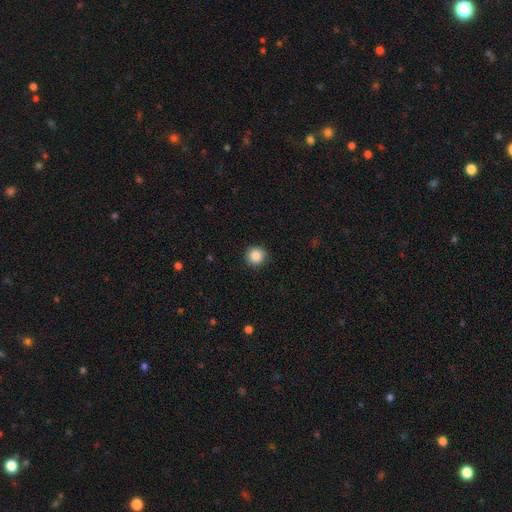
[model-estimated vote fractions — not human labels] The model was most divided on "smooth or featured": smooth: 88%, star or artifact: 9%, featured or disk: 3%. More confident: how rounded — round (94%); merging — none (90%).